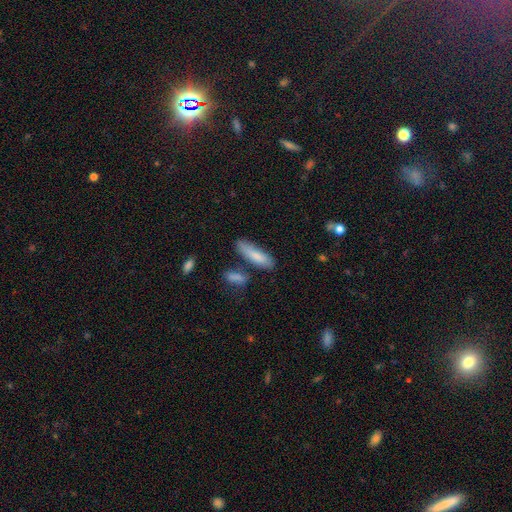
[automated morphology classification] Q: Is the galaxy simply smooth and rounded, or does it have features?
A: smooth — 80%.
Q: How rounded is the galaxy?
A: cigar-shaped — 59%.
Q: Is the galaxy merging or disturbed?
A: none — 66%.